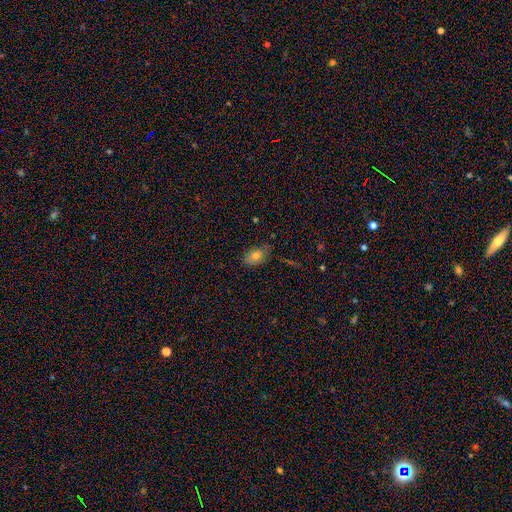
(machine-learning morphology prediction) type=smooth (75%); roundness=in between (84%); merging=none (73%).